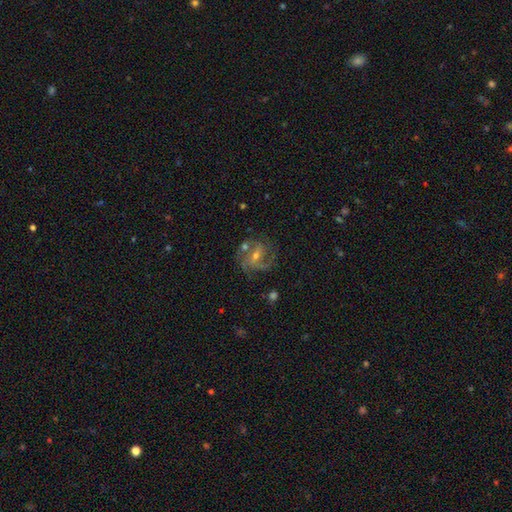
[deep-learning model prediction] Overall: featured or disk (80%). Edge-on disk: no (97%). Bar: weak (47%; no 33%). Spiral arms: yes (93%). Spiral arm count: 2 (37%; 3 31%). Spiral winding: medium (51%; tight 29%). Bulge size: small (49%; moderate 47%). Merging: none (64%).